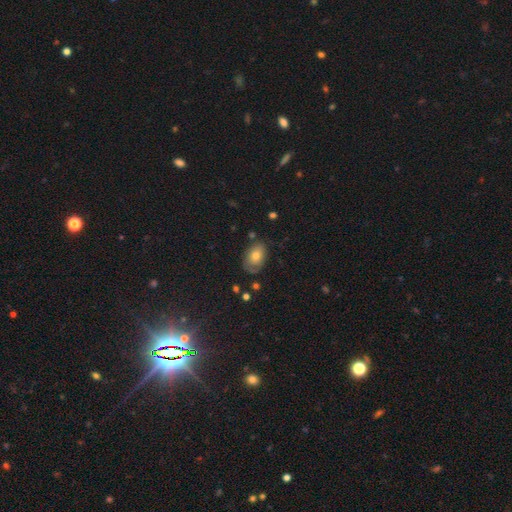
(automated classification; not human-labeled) This appears to be a smooth galaxy with no disk features (65%) that is in between round and cigar-shaped (85%). Merging: none (62%).